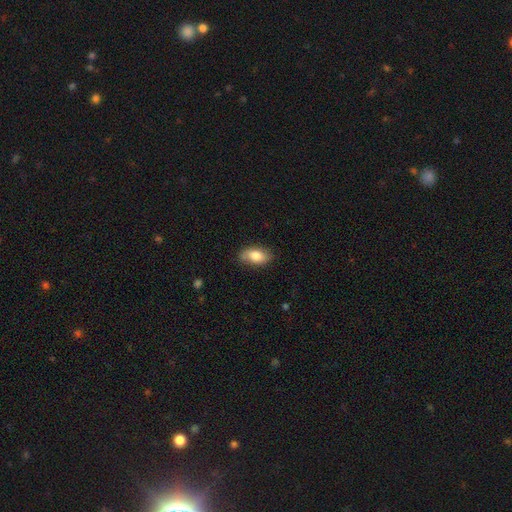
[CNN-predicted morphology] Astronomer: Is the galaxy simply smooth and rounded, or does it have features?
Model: smooth — 77%.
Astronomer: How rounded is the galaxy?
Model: in between — 91%.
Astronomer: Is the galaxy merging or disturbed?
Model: none — 77%.